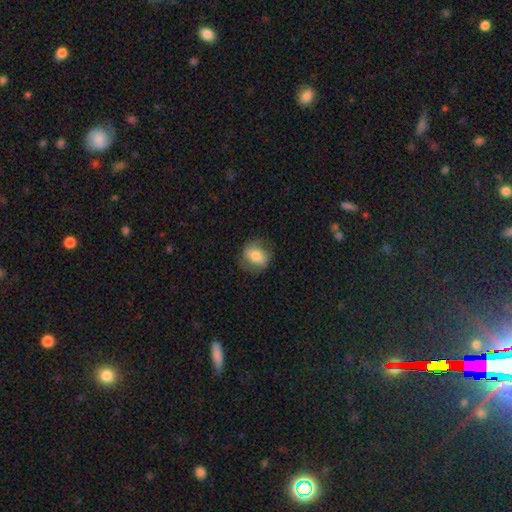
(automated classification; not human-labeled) This is likely a smooth galaxy (70%). How rounded: likely round (62%). Merging: likely none (77%).